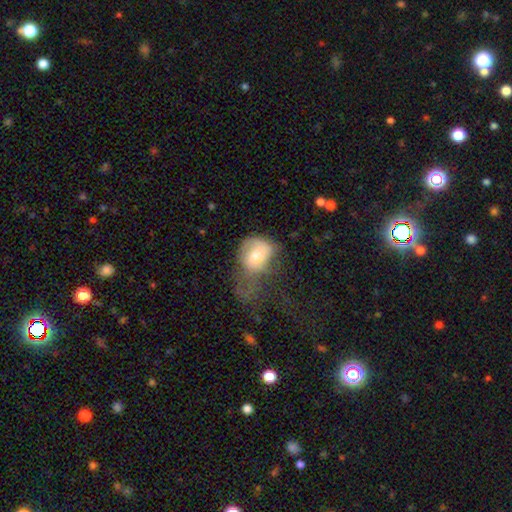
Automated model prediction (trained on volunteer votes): Q: Smooth or featured?
A: smooth (62%); runner-up: featured or disk (30%)
Q: How rounded?
A: round (53%); runner-up: in between (46%)
Q: Merging?
A: major disturbance (52%); runner-up: minor disturbance (24%)